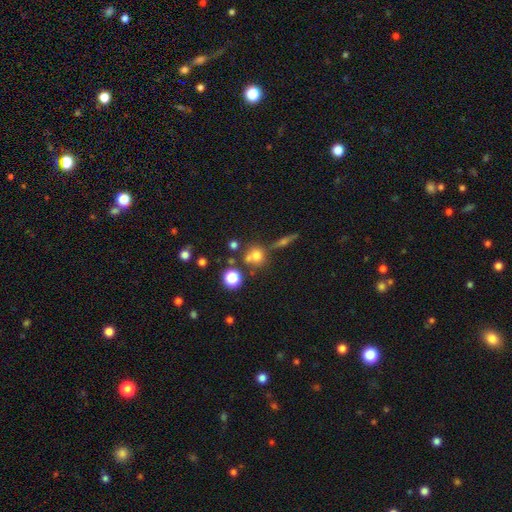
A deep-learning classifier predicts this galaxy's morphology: type=smooth (68%); roundness=round (85%); merging=none (58%).